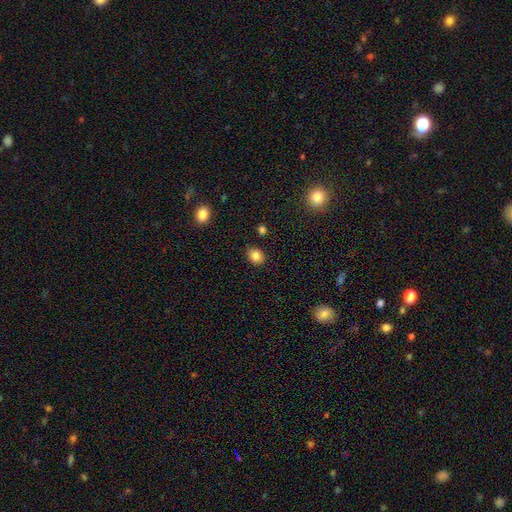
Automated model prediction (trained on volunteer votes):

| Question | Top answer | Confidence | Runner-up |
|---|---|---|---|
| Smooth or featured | smooth | 84% | star or artifact (11%) |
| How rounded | round | 61% | in between (38%) |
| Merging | none | 85% | minor disturbance (10%) |